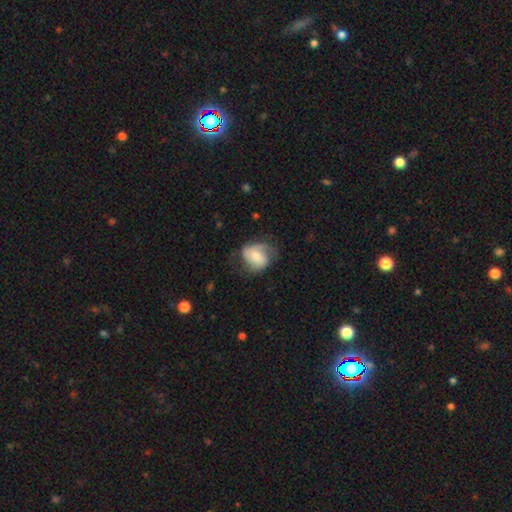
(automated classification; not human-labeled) Q: Smooth or featured?
A: featured or disk (57%); runner-up: smooth (37%)
Q: Edge-on disk?
A: no (97%); runner-up: yes (3%)
Q: Bar?
A: no (48%); runner-up: weak (38%)
Q: Spiral arms?
A: yes (83%); runner-up: no (17%)
Q: Bulge size?
A: moderate (56%); runner-up: small (35%)
Q: Merging?
A: none (55%); runner-up: minor disturbance (27%)